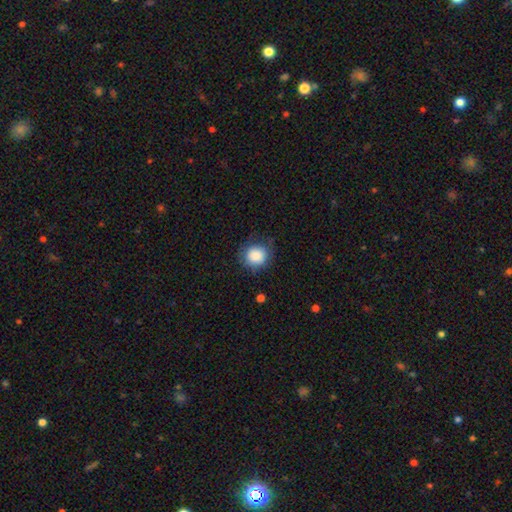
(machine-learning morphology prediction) Smooth or featured? Predicted: smooth (p=0.87). How rounded? Predicted: round (p=0.83). Merging? Predicted: none (p=0.76).